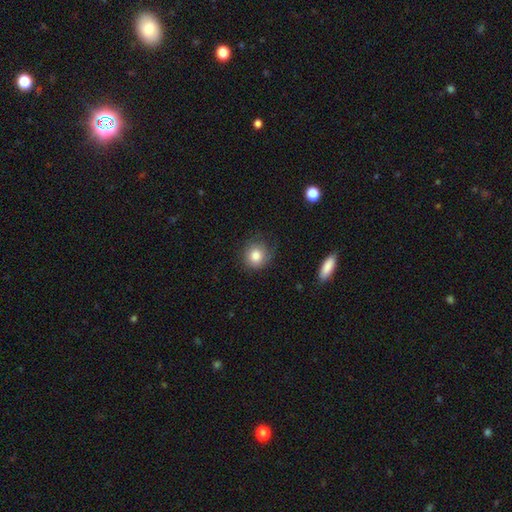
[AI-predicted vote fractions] Smooth or featured? smooth (82%)
How rounded? round (86%)
Merging? none (71%)